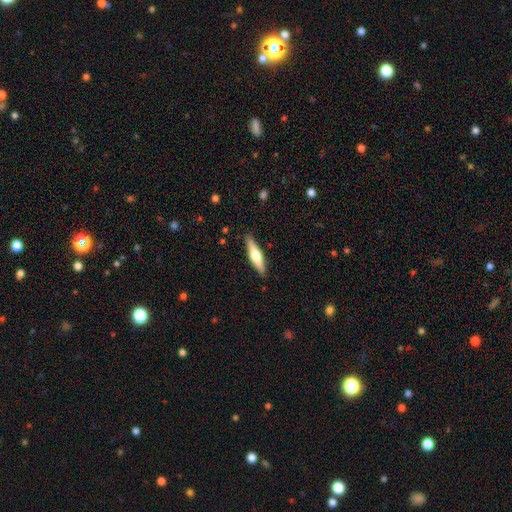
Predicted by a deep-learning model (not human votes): Smooth or featured?
  - featured or disk: 47% * (tied)
  - smooth: 47% * (tied)
  - star or artifact: 5%
Merging?
  - none: 88% *
  - minor disturbance: 9%
  - major disturbance: 2%
  - merger: 1%